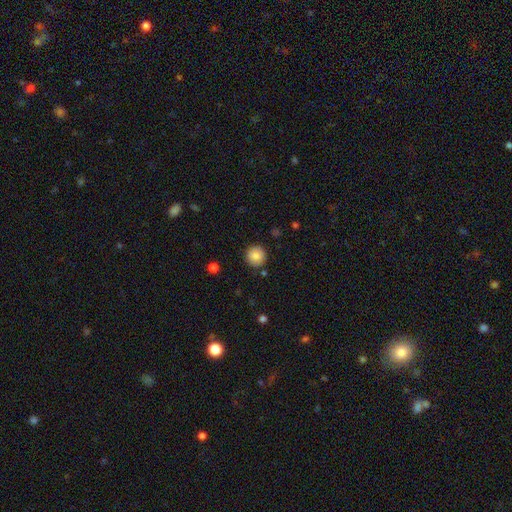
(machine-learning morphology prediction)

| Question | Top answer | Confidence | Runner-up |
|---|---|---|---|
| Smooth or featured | smooth | 86% | star or artifact (9%) |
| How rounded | round | 94% | in between (5%) |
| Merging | none | 89% | minor disturbance (7%) |